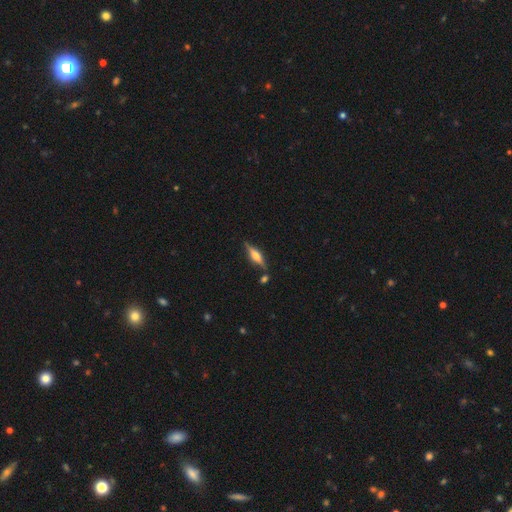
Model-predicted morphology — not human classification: A featured or disk galaxy (66%) viewed edge-on (96%) with a rounded central bulge (82%). Merging: none (80%).